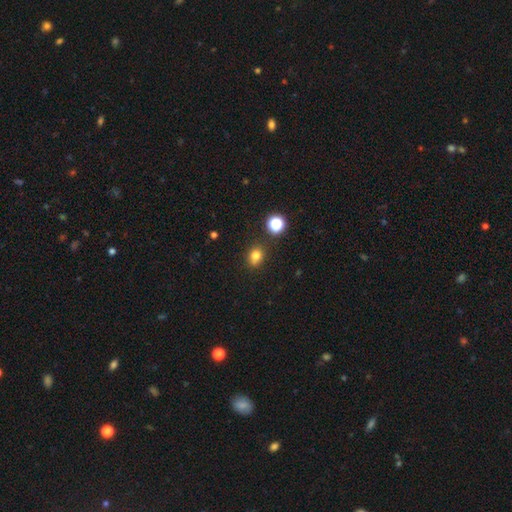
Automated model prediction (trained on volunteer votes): A smooth galaxy with no disk features (77%) that is round (62%). Merging: none (76%).